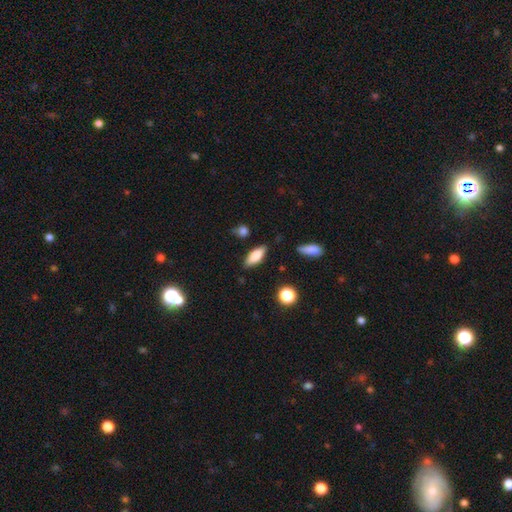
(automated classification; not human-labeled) Q: Smooth or featured?
A: smooth (78%); runner-up: featured or disk (15%)
Q: How rounded?
A: in between (73%); runner-up: cigar-shaped (24%)
Q: Merging?
A: none (82%); runner-up: minor disturbance (13%)